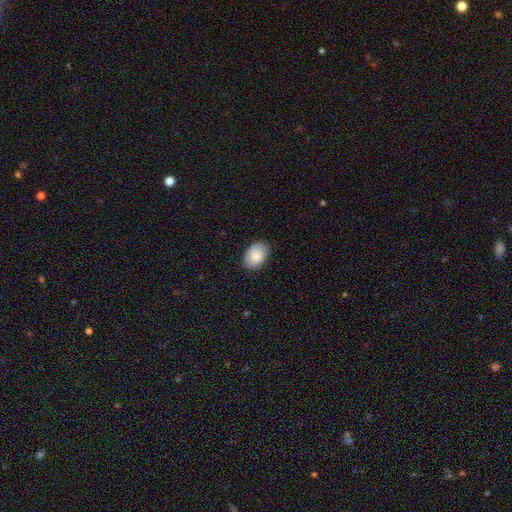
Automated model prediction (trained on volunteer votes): Overall: smooth (87%). How rounded: in between (86%). Merging: none (81%).